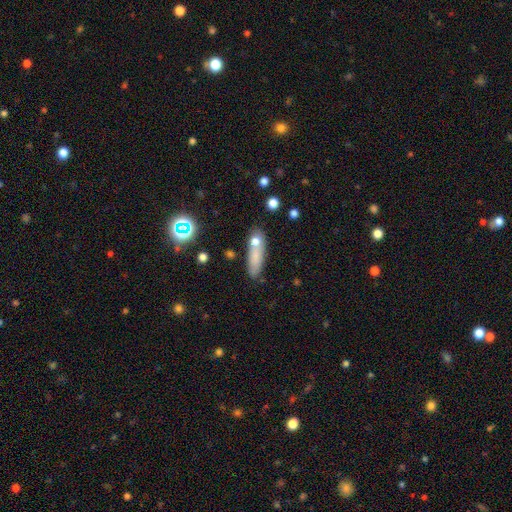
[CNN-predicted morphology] The model was most divided on "how rounded": cigar-shaped: 53%, in between: 42%, round: 4%. More confident: smooth or featured — smooth (72%); merging — none (63%).